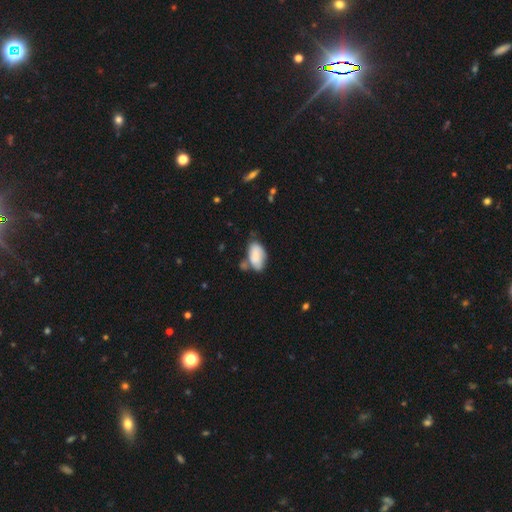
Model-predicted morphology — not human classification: This is likely a smooth galaxy (78%). How rounded: clearly in between (94%). Merging: marginally none (42%).